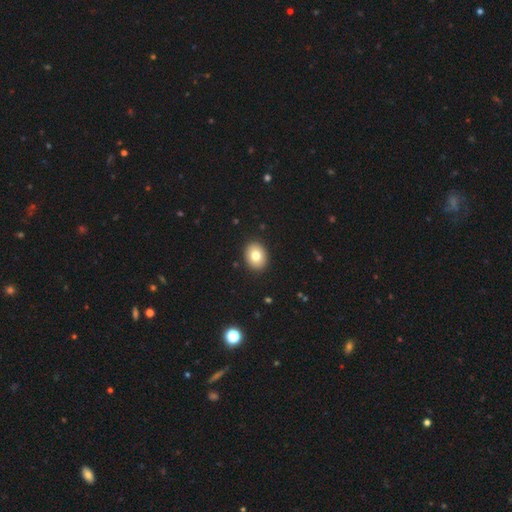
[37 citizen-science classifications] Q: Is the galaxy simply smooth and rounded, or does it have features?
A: smooth — 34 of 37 (92%).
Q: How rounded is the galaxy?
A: in between — 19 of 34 (56%).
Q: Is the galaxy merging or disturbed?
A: none — 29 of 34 (85%).